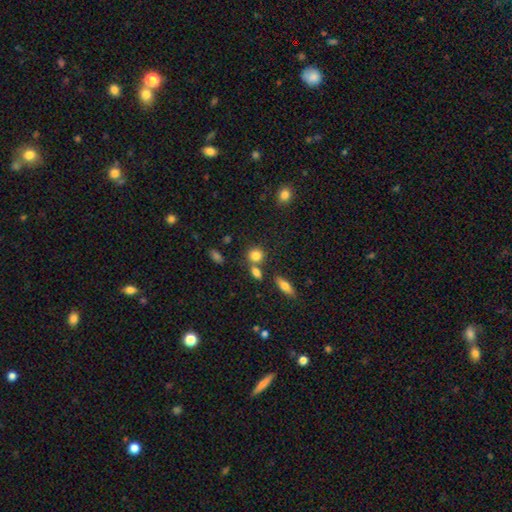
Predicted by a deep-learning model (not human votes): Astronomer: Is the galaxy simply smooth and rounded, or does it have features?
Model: smooth — 81%.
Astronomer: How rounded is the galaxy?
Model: round — 76%.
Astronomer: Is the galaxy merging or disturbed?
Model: none — 64%.